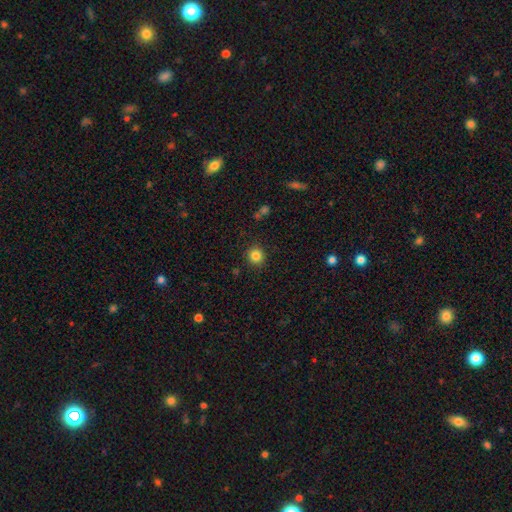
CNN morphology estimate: Overall: smooth (84%). How rounded: round (90%). Merging: none (90%).